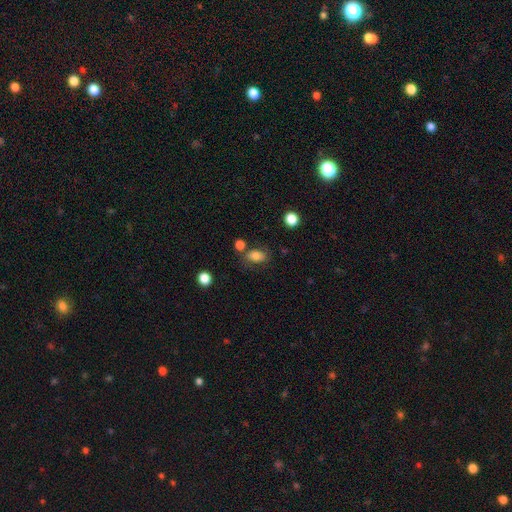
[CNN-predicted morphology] This is clearly a smooth galaxy (81%). How rounded: clearly in between (83%). Merging: likely none (68%).